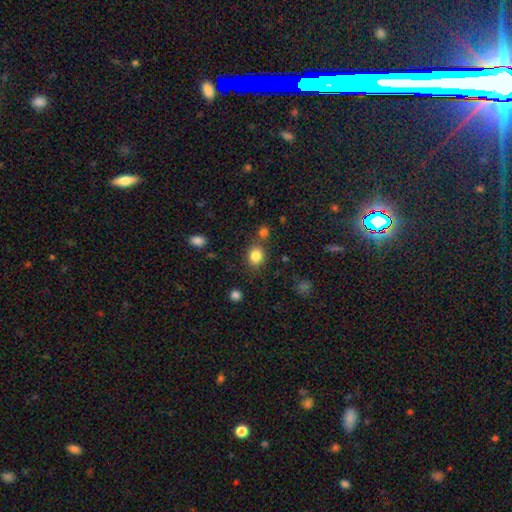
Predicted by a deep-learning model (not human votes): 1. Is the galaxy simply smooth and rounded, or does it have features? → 84% smooth, 11% star or artifact, 5% featured or disk.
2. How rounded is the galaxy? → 71% round, 28% in between, 1% cigar-shaped.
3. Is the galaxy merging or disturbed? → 77% none, 10% minor disturbance, 10% merger, 4% major disturbance.